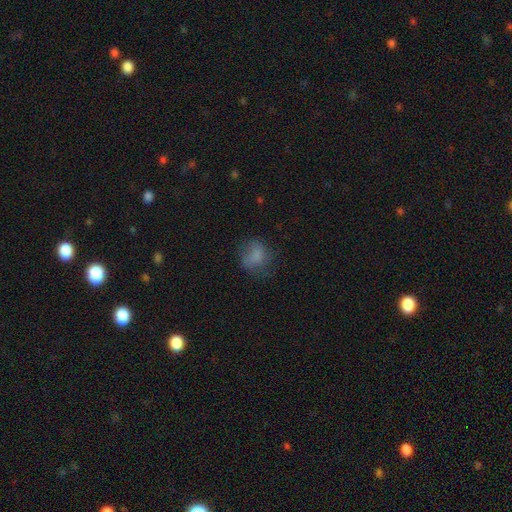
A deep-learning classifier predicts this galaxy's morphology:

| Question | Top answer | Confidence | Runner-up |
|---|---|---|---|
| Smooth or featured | smooth | 73% | featured or disk (15%) |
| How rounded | round | 60% | in between (38%) |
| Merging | none | 56% | minor disturbance (25%) |